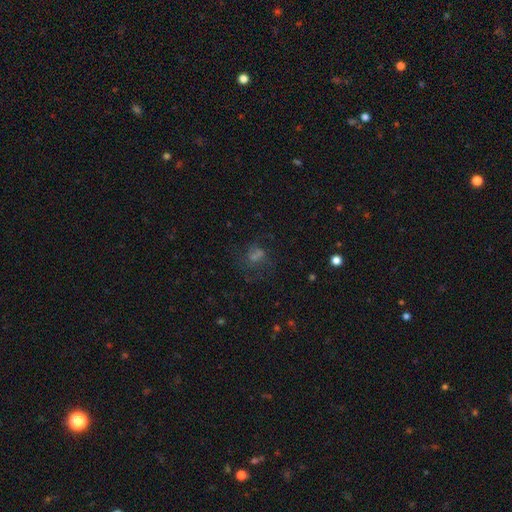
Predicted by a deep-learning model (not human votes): smooth-or-featured: smooth: 37% | star or artifact: 36% | featured or disk: 27%
  merging: none: 55% | major disturbance: 21% | minor disturbance: 17% | merger: 7%